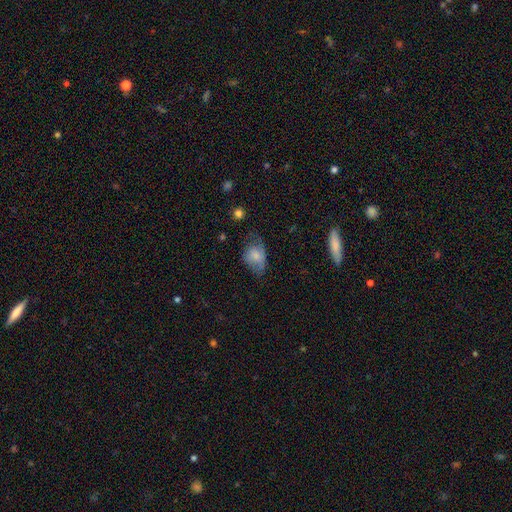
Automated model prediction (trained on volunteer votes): A smooth galaxy with no disk features (71%) that is in between round and cigar-shaped (79%). Merging: none (42%).